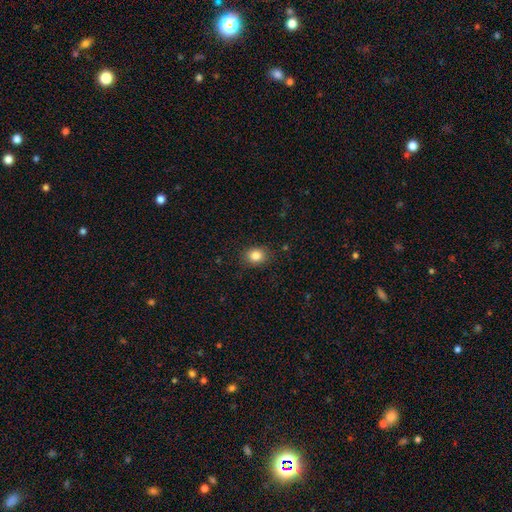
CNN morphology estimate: A smooth galaxy with no disk features (84%) that is round (59%). Merging: none (86%).